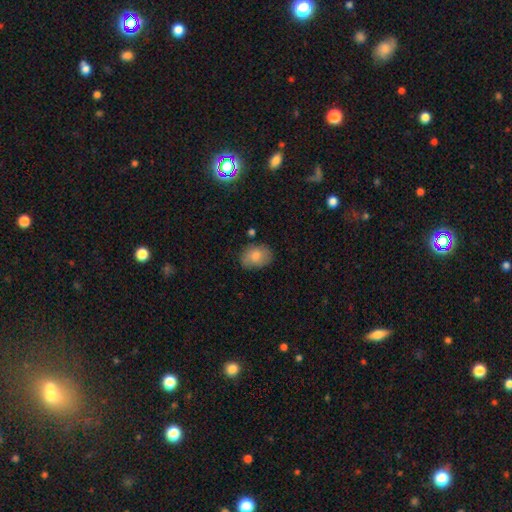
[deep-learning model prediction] Overall: smooth (75%). How rounded: in between (70%). Merging: none (77%).